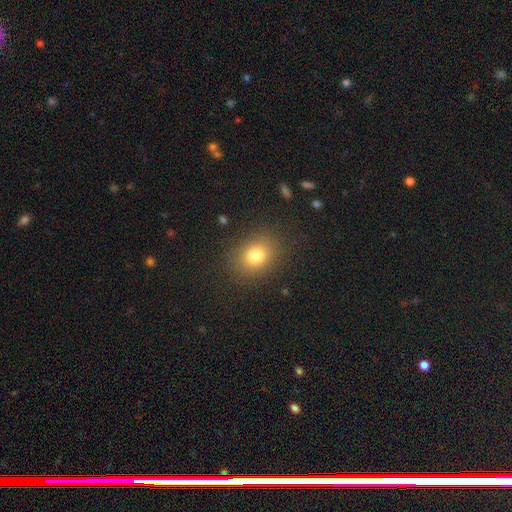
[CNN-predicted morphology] A smooth galaxy with no disk features (78%) that is in between round and cigar-shaped (50%).

Vote fractions:
- Smooth or featured? smooth: 78% / star or artifact: 12% / featured or disk: 9%
- How rounded? in between: 50% / round: 49% / cigar-shaped: 1%
- Merging? none: 85% / minor disturbance: 10% / major disturbance: 4% / merger: 1%